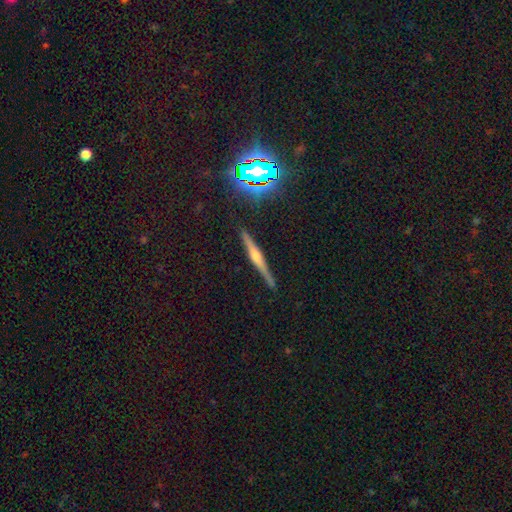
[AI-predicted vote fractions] The model was most divided on "smooth or featured": featured or disk: 71%, smooth: 16%, star or artifact: 13%. More confident: edge-on disk — yes (98%); merging — none (88%); edge-on bulge — rounded (86%).